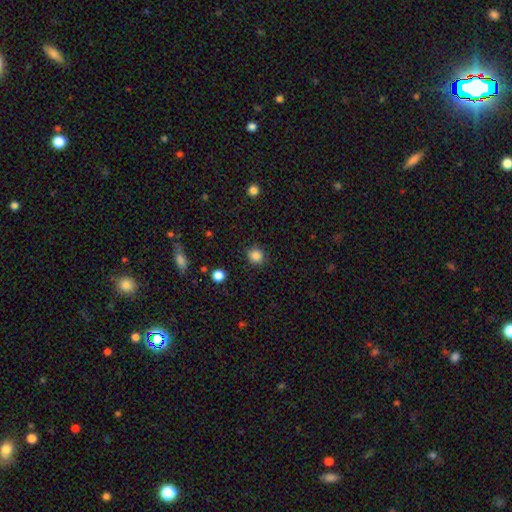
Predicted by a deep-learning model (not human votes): Overall: smooth (86%). How rounded: round (85%). Merging: none (89%).